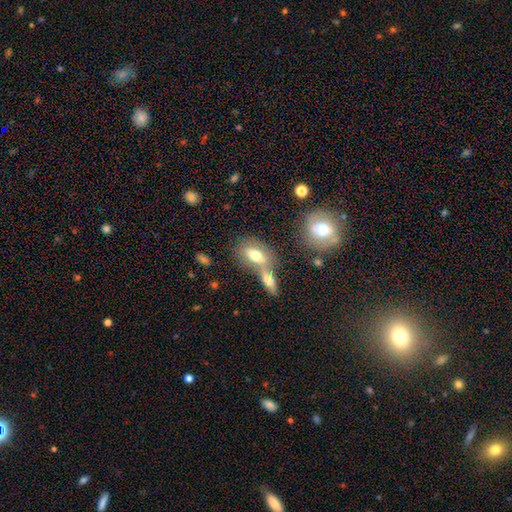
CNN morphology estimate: Smooth or featured?
  - smooth: 65% *
  - featured or disk: 25%
  - star or artifact: 10%
How rounded?
  - in between: 81% *
  - cigar-shaped: 9%
  - round: 9%
Merging?
  - merger: 49% *
  - none: 36%
  - minor disturbance: 10%
  - major disturbance: 5%